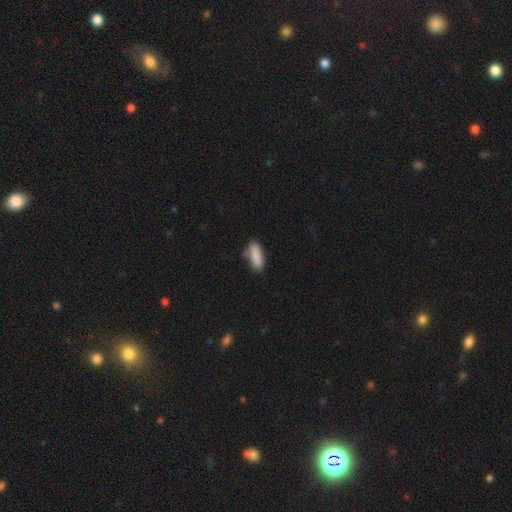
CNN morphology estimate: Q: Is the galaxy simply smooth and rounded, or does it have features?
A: smooth — 87%.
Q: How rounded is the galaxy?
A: in between — 62%.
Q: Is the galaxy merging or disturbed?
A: none — 67%.